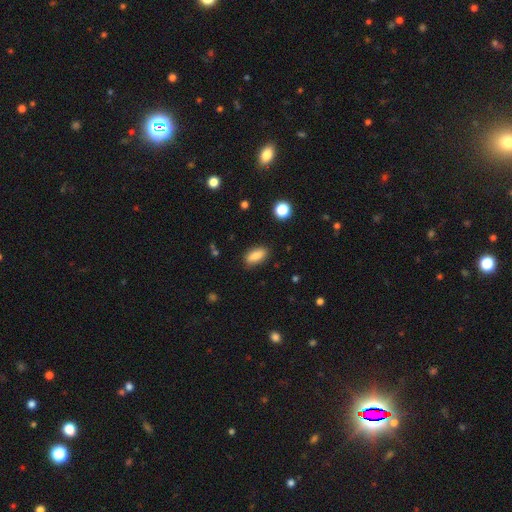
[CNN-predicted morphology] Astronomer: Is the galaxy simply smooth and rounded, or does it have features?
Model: smooth — 84%.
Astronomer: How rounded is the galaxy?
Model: in between — 83%.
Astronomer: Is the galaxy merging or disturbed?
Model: none — 85%.